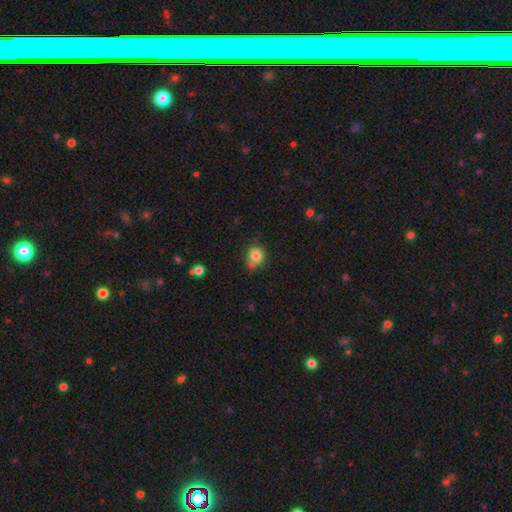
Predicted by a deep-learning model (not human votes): A smooth galaxy with no disk features (81%) that is round (68%). Merging: none (59%).